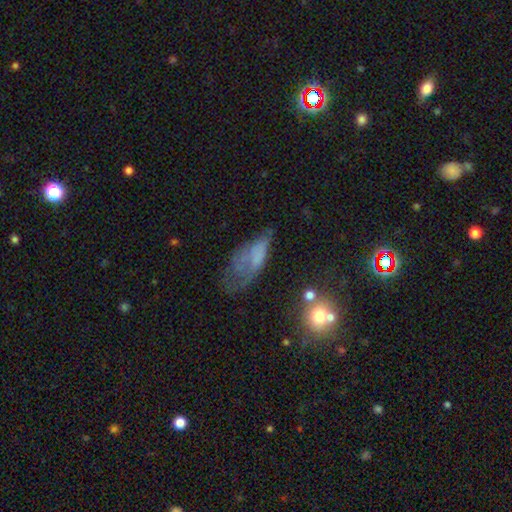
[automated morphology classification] Smooth or featured?
  - smooth: 49% *
  - featured or disk: 38%
  - star or artifact: 14%
Merging?
  - major disturbance: 39% *
  - minor disturbance: 29%
  - none: 26%
  - merger: 6%